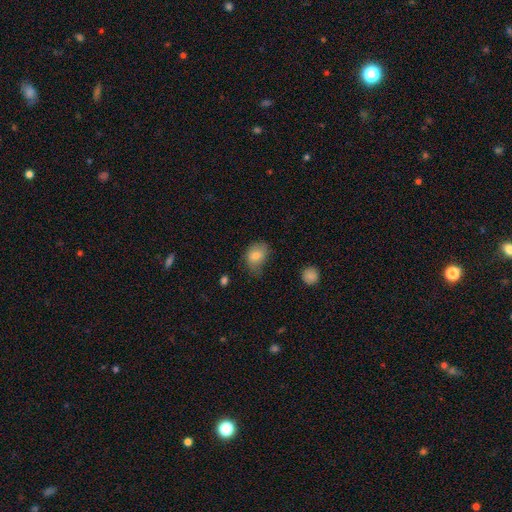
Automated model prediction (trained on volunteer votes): Smooth or featured: smooth — 81% (featured or disk — 11%)
How rounded: in between — 67% (round — 32%)
Merging: none — 54% (minor disturbance — 34%)